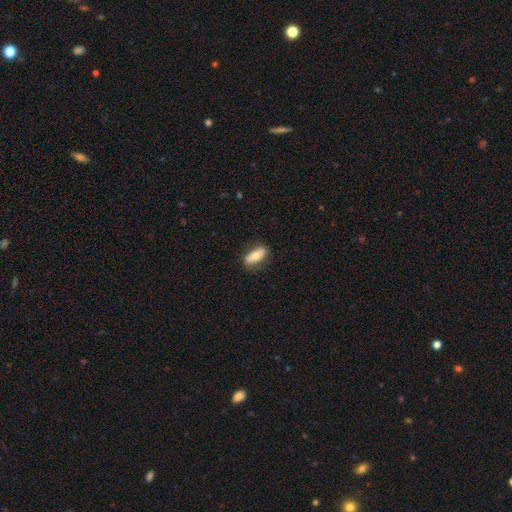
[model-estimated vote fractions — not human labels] This is likely a smooth galaxy (67%). How rounded: likely in between (75%). Merging: clearly none (81%).